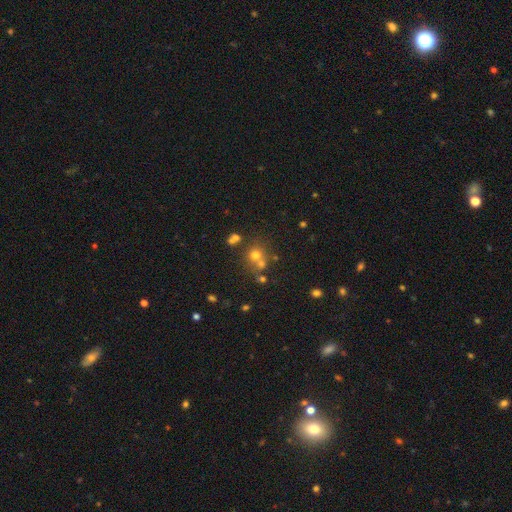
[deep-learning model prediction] Overall: smooth (58%; star or artifact 26%). How rounded: round (84%). Merging: none (55%; merger 32%).